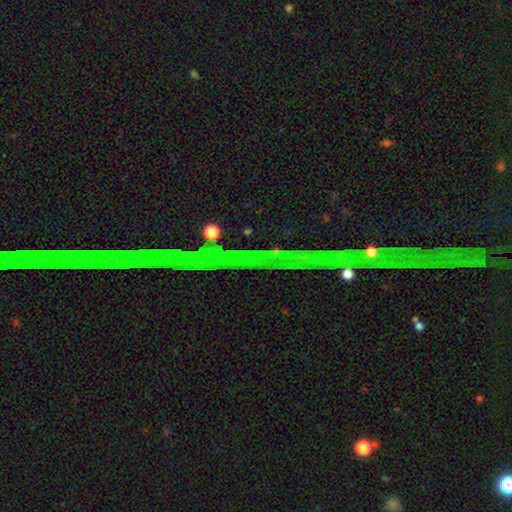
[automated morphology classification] Smooth or featured: star or artifact — 86% (featured or disk — 8%)